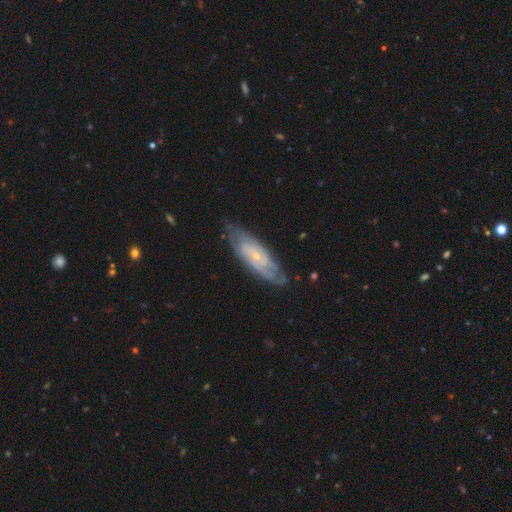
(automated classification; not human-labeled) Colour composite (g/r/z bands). It shows a featured or disk galaxy (75%) with no bar (70%), tight (60%) spiral arms (89%) and a small central bulge (76%). Merging: none (74%).